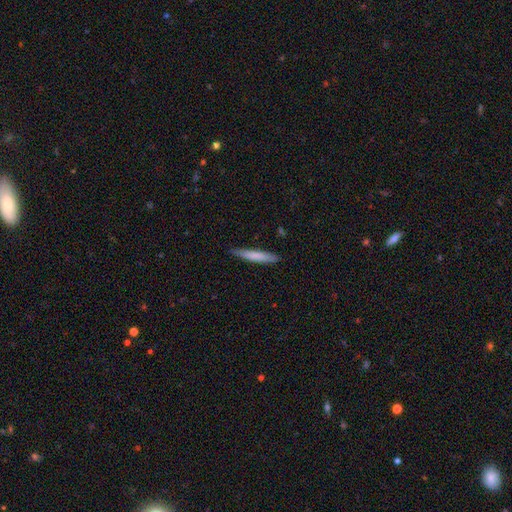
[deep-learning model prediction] smooth_or_featured: smooth (p=0.74) [alt: featured or disk p=0.21]
how_rounded: cigar-shaped (p=0.93) [alt: in between p=0.06]
merging: none (p=0.84) [alt: minor disturbance p=0.13]